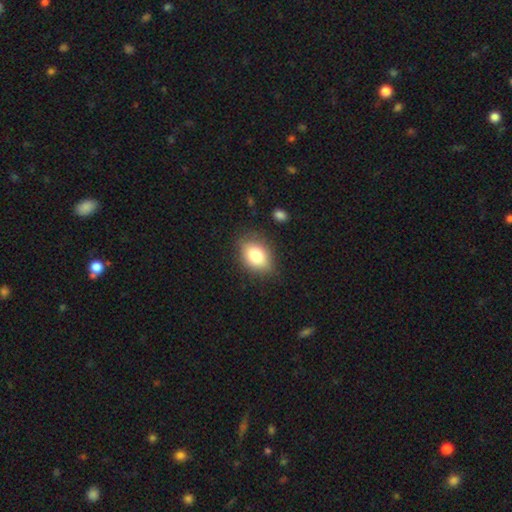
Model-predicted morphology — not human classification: Overall: smooth (79%). How rounded: in between (78%). Merging: none (80%).